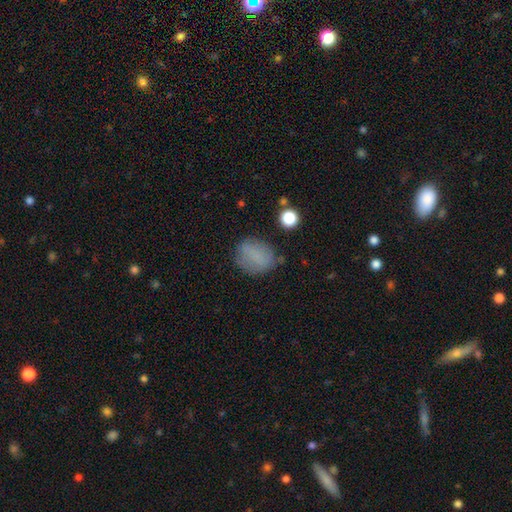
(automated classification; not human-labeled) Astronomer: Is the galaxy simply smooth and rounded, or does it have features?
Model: smooth — 76%.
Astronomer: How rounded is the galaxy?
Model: round — 51% (runner-up: in between, 47%).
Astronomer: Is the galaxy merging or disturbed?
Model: none — 70%.